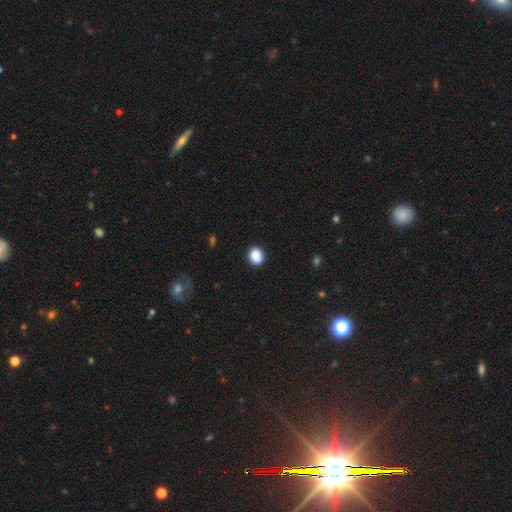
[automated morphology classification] type=smooth (87%); roundness=round (70%); merging=none (88%).